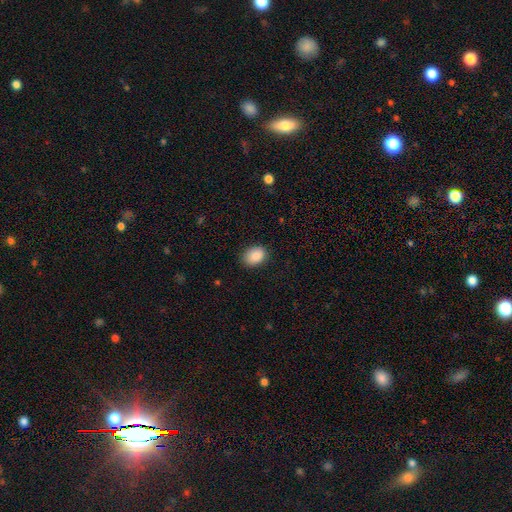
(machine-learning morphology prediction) smooth-or-featured: smooth: 88% | star or artifact: 7% | featured or disk: 5%
  how-rounded: in between: 70% | round: 29% | cigar-shaped: 1%
  merging: none: 85% | minor disturbance: 11% | major disturbance: 2% | merger: 1%